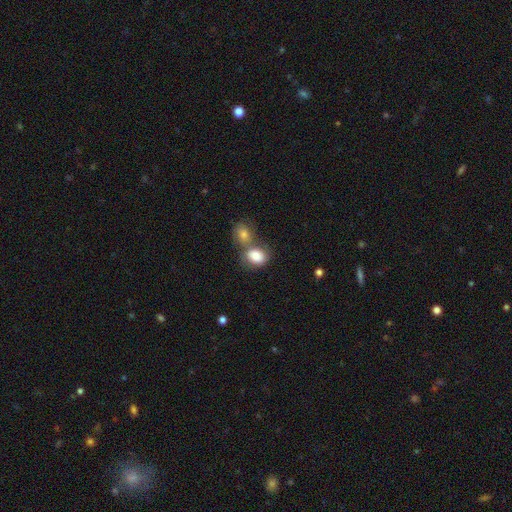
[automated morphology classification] Overall: smooth (82%). How rounded: in between (59%; round 40%). Merging: merger (53%; none 31%).